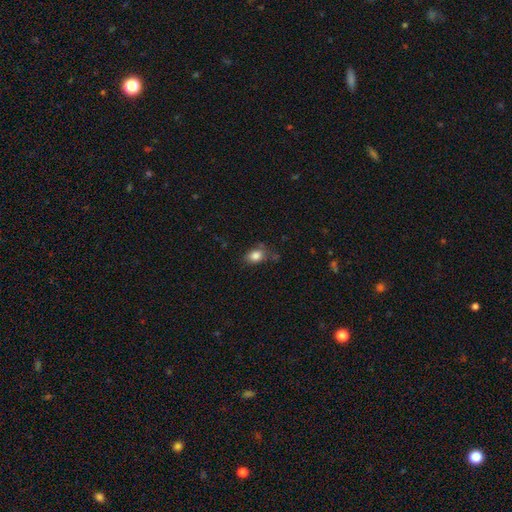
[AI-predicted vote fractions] A smooth galaxy with no disk features (84%) that is in between round and cigar-shaped (69%). Merging: none (64%).